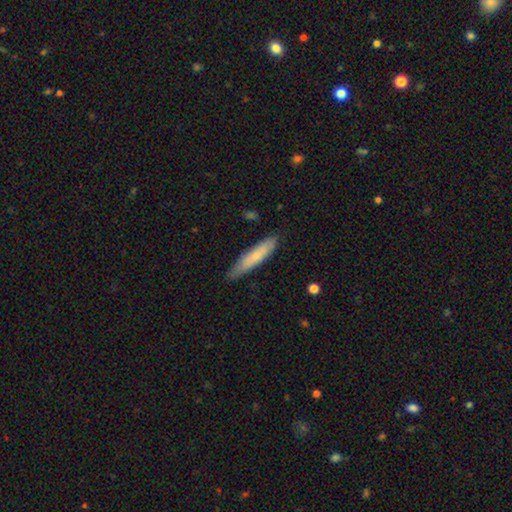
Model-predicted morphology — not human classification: This appears to be a smooth galaxy with no disk features (68%) that is cigar-shaped (85%). Merging: none (79%).